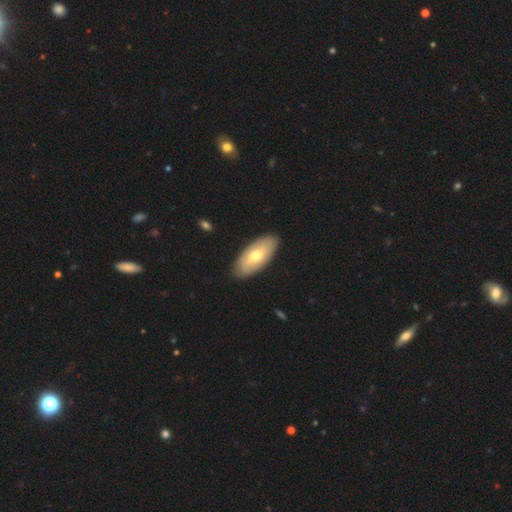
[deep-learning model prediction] A smooth galaxy with no disk features (58%) that is in between round and cigar-shaped (90%). Merging: none (88%).